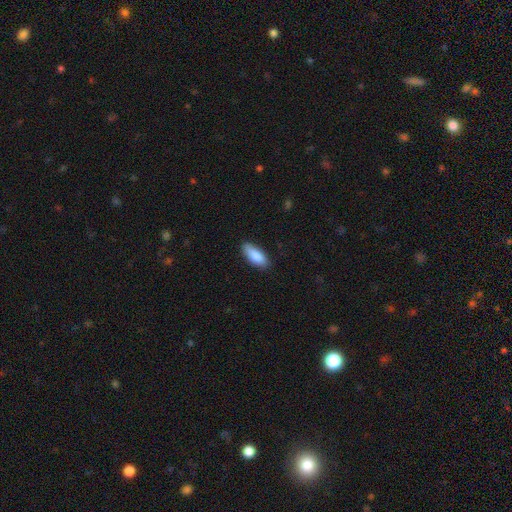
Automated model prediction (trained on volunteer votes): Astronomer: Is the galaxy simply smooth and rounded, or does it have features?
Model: smooth — 87%.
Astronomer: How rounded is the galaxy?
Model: in between — 75%.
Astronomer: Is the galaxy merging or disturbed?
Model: none — 84%.